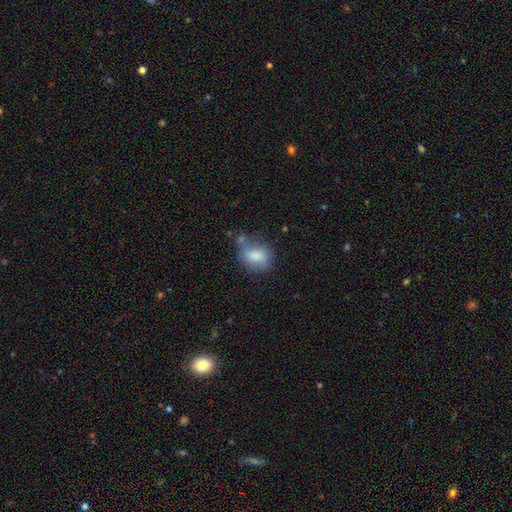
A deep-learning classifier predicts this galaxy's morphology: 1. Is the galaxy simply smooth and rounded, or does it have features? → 78% smooth, 13% featured or disk, 8% star or artifact.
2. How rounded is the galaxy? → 63% in between, 35% round, 2% cigar-shaped.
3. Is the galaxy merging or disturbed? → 45% none, 27% minor disturbance, 17% merger, 12% major disturbance.